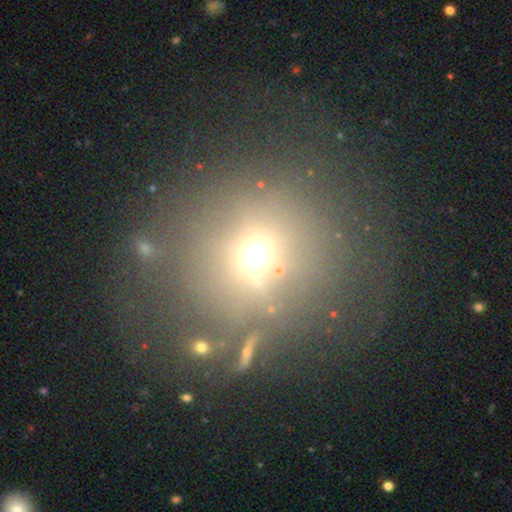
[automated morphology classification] Smooth or featured? smooth (56%)
How rounded? round (91%)
Merging? none (73%)